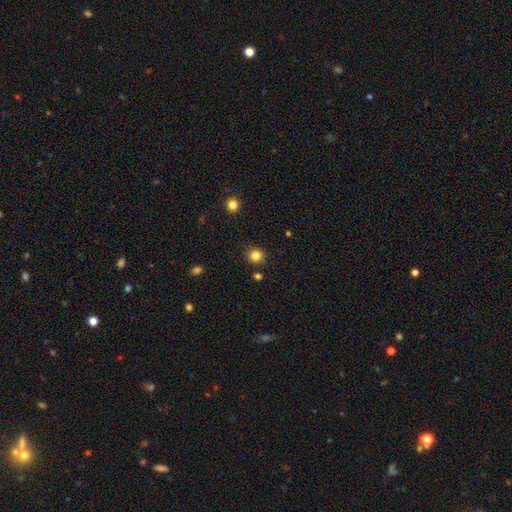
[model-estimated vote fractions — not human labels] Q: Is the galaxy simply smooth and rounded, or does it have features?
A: smooth — 83%.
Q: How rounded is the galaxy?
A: round — 89%.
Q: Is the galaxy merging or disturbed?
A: none — 88%.